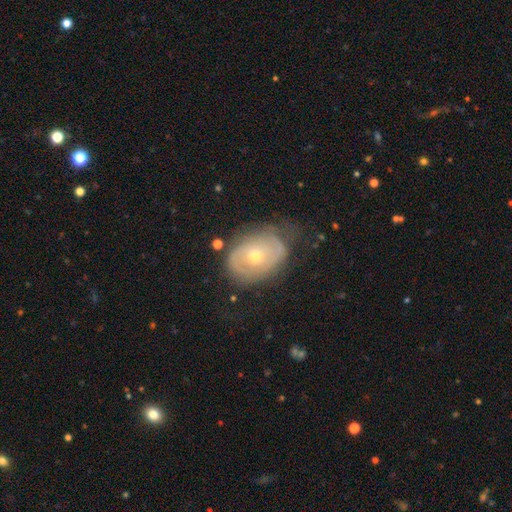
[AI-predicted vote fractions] smooth-or-featured: featured or disk: 63% | smooth: 30% | star or artifact: 8%
  disk-edge-on: no: 94% | yes: 6%
    bar: no: 76% | weak: 19% | strong: 5%
    has-spiral-arms: yes: 59% | no: 41%
    bulge-size: small: 49% | moderate: 48% | large: 2% | none: 1% | dominant: 1%
  merging: none: 61% | minor disturbance: 25% | major disturbance: 12% | merger: 2%